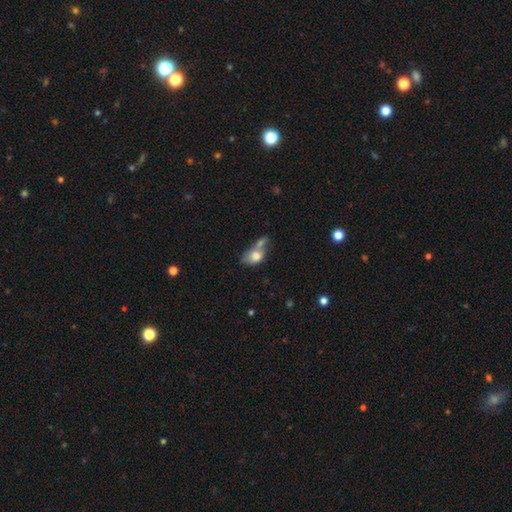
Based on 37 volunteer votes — A smooth galaxy with no disk features (81%) that is in between round and cigar-shaped (73%).

Vote fractions:
- Smooth or featured? smooth: 81% / featured or disk: 16% / star or artifact: 3%
- How rounded? in between: 73% / round: 27% / cigar-shaped: 0%
- Merging? merger: 72% / none: 17% / minor disturbance: 6% / major disturbance: 6%